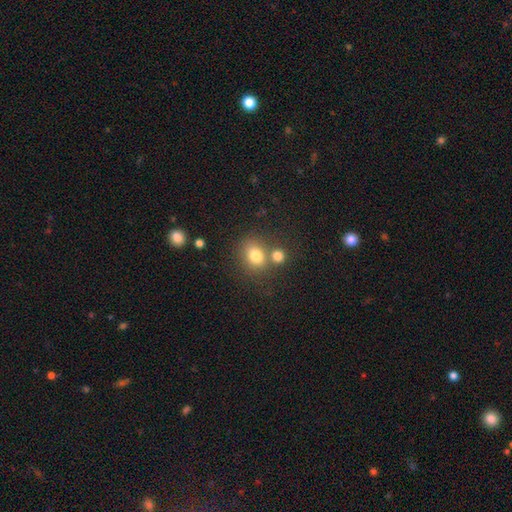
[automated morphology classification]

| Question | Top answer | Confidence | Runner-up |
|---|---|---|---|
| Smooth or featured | smooth | 77% | star or artifact (13%) |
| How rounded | round | 60% | in between (39%) |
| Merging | none | 56% | merger (29%) |